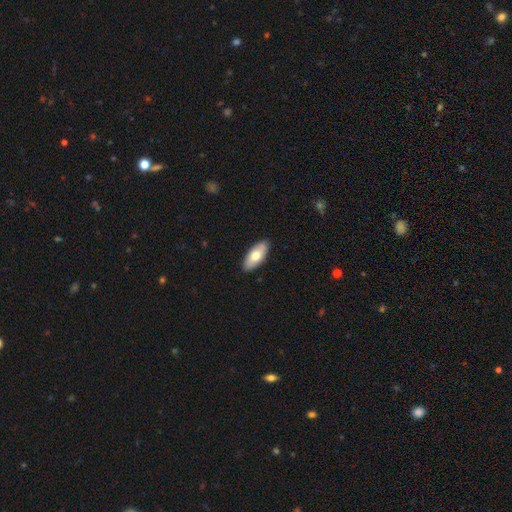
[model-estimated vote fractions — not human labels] smooth 70%, featured or disk 25%, star or artifact 5%. Down the decision tree: how rounded — in between (88%); merging — none (90%).